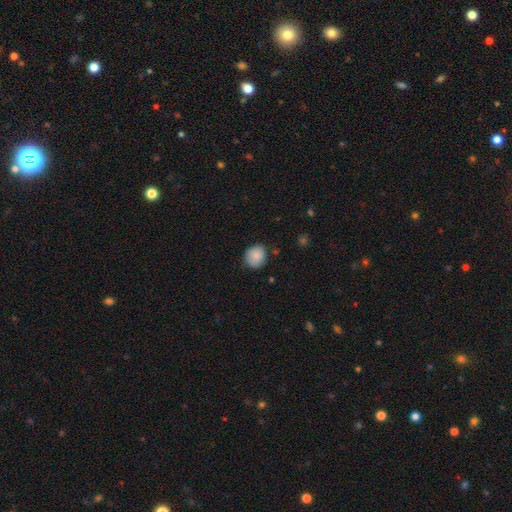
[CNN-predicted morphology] A smooth galaxy with no disk features (86%) that is round (73%).

Vote fractions:
- Smooth or featured? smooth: 86% / star or artifact: 8% / featured or disk: 6%
- How rounded? round: 73% / in between: 26% / cigar-shaped: 1%
- Merging? none: 79% / minor disturbance: 16% / major disturbance: 3% / merger: 2%